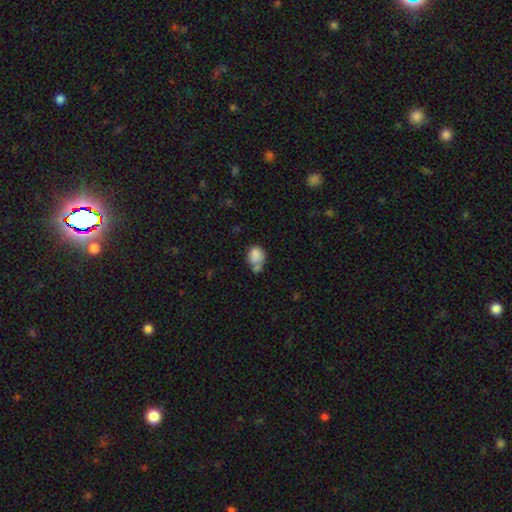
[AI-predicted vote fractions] smooth 81%, featured or disk 10%, star or artifact 9%. Down the decision tree: how rounded — round (52%); merging — merger (38%).